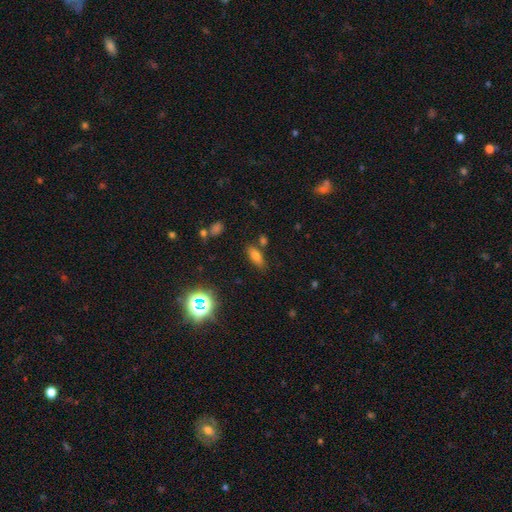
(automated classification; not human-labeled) Smooth or featured: smooth — 73% (star or artifact — 16%)
How rounded: in between — 79% (cigar-shaped — 17%)
Merging: none — 76% (minor disturbance — 13%)